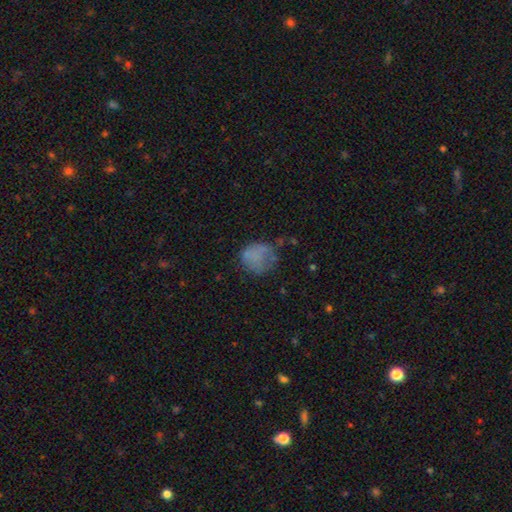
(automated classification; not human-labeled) smooth_or_featured: smooth (p=0.66) [alt: featured or disk p=0.20]
how_rounded: round (p=0.68) [alt: in between p=0.31]
merging: none (p=0.47) [alt: minor disturbance p=0.27]